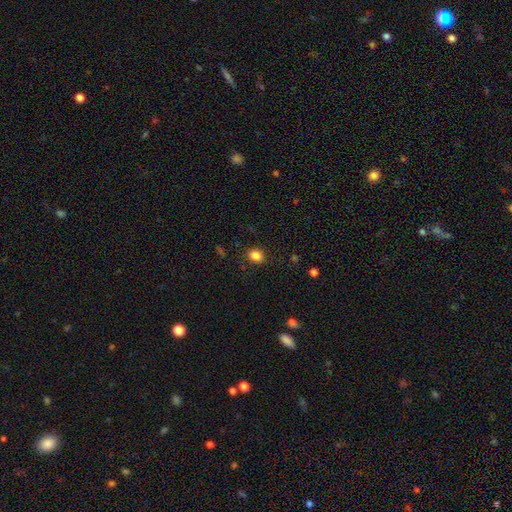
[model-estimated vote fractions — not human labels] Smooth or featured?
  - smooth: 85% *
  - star or artifact: 11%
  - featured or disk: 5%
How rounded?
  - round: 50% *
  - in between: 49%
  - cigar-shaped: 1%
Merging?
  - none: 86% *
  - minor disturbance: 10%
  - major disturbance: 3%
  - merger: 1%